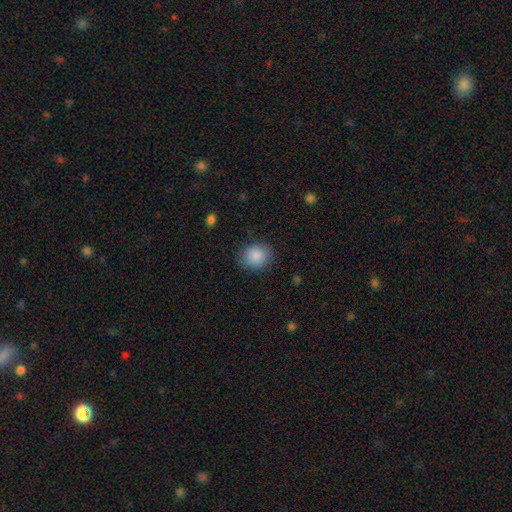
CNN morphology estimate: Overall: smooth (88%). How rounded: round (75%). Merging: none (86%).